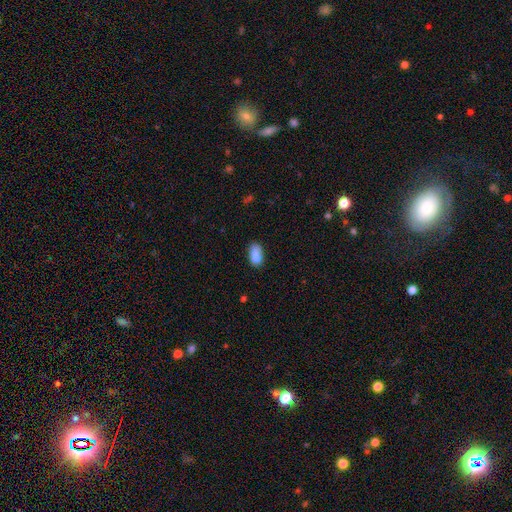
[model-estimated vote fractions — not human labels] smooth_or_featured: smooth (p=0.85) [alt: star or artifact p=0.09]
how_rounded: in between (p=0.91) [alt: cigar-shaped p=0.05]
merging: none (p=0.66) [alt: minor disturbance p=0.21]